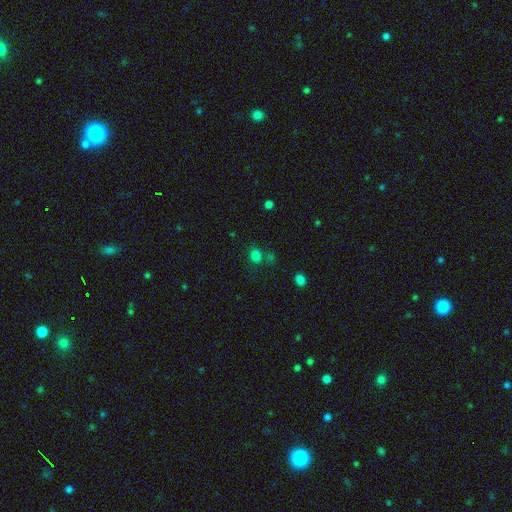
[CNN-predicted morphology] Overall: smooth (77%). How rounded: round (77%). Merging: none (71%).